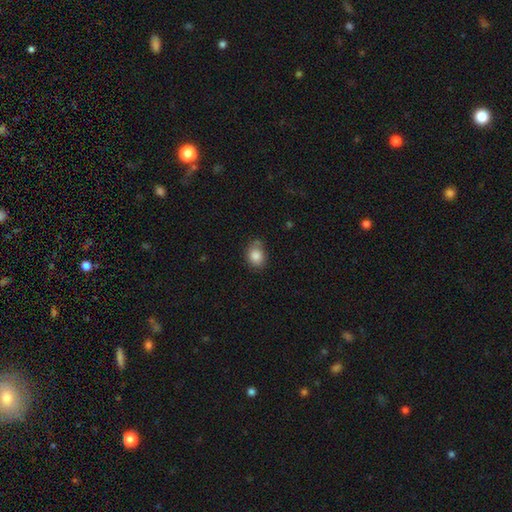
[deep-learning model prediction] Q: Smooth or featured?
A: smooth (85%); runner-up: star or artifact (9%)
Q: How rounded?
A: round (52%); runner-up: in between (47%)
Q: Merging?
A: none (69%); runner-up: minor disturbance (20%)